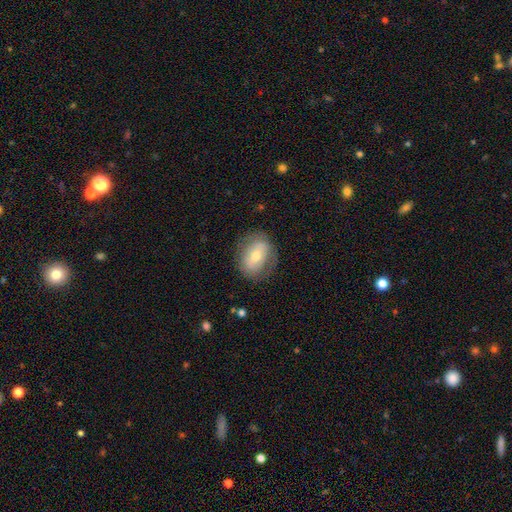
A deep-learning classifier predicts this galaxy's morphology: smooth-or-featured: smooth: 55% | featured or disk: 38% | star or artifact: 7%
  how-rounded: in between: 73% | round: 26% | cigar-shaped: 2%
  merging: none: 73% | minor disturbance: 18% | major disturbance: 8% | merger: 1%